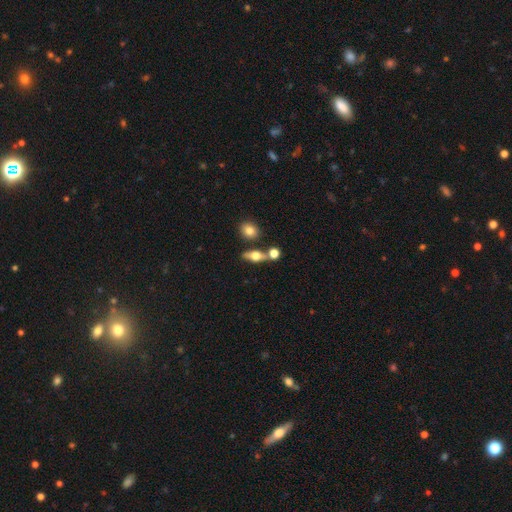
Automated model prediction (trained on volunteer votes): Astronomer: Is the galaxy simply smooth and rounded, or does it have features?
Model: smooth — 51% (runner-up: featured or disk, 40%).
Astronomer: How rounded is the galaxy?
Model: in between — 54% (runner-up: cigar-shaped, 29%).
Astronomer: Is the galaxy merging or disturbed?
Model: none — 67%.